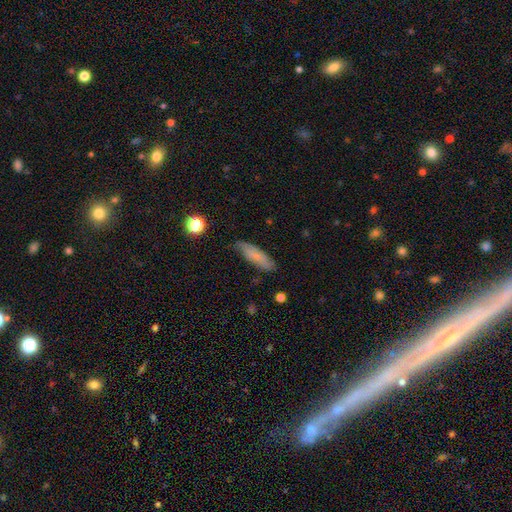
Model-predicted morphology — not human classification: smooth-or-featured: smooth: 69% | featured or disk: 23% | star or artifact: 8%
  how-rounded: cigar-shaped: 54% | in between: 44% | round: 2%
  merging: none: 72% | minor disturbance: 22% | major disturbance: 4% | merger: 2%